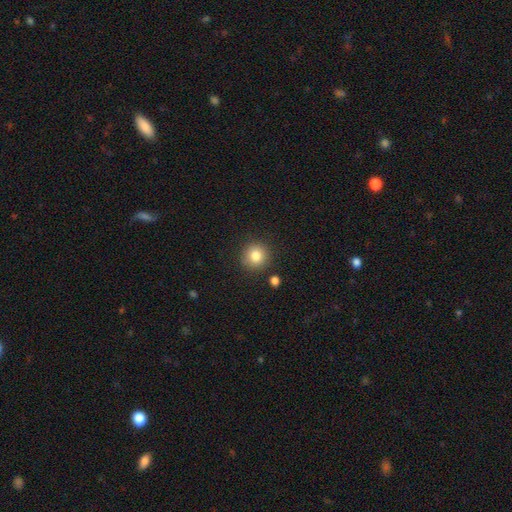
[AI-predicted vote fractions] Morphology: type=smooth (82%); roundness=round (92%); merging=none (86%).